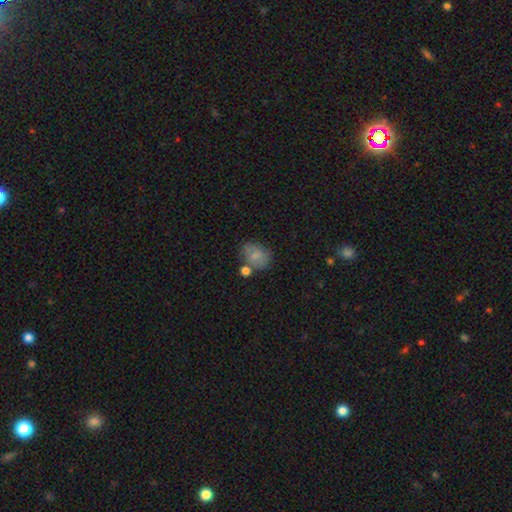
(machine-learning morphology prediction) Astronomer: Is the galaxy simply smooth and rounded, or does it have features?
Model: smooth — 75%.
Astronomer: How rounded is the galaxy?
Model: in between — 57% (runner-up: round, 42%).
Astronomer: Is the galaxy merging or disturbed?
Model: none — 51%.